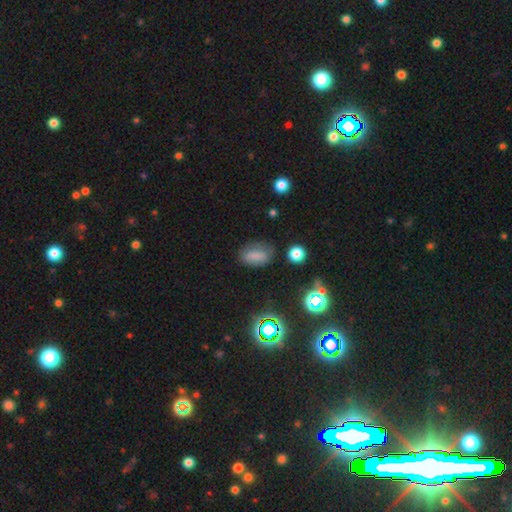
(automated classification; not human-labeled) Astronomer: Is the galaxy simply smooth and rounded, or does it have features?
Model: smooth — 72%.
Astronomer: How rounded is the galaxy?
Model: in between — 86%.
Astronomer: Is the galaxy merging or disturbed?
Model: none — 65%.